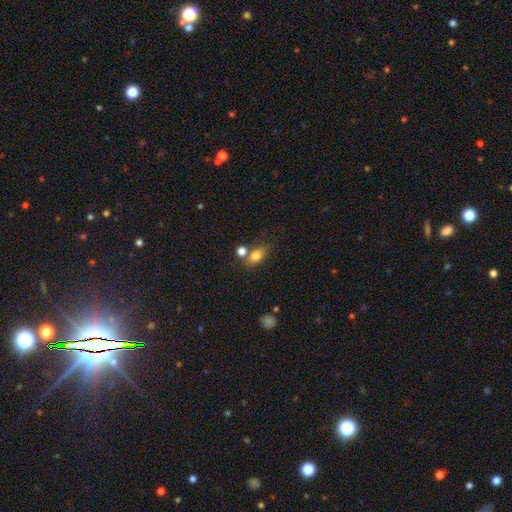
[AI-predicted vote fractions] This is likely a smooth galaxy (78%). How rounded: likely in between (76%). Merging: possibly none (58%).